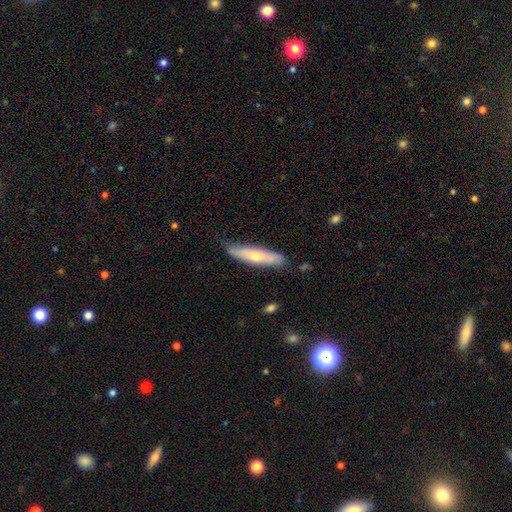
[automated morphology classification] type=smooth (51%); roundness=cigar-shaped (79%); merging=none (76%).